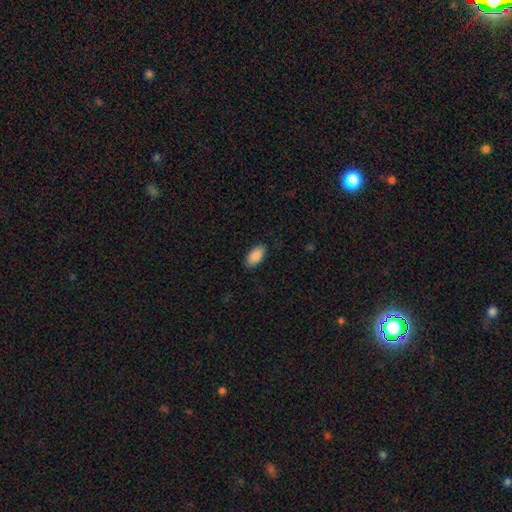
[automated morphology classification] A smooth galaxy with no disk features (90%) that is in between round and cigar-shaped (94%). Merging: none (86%).